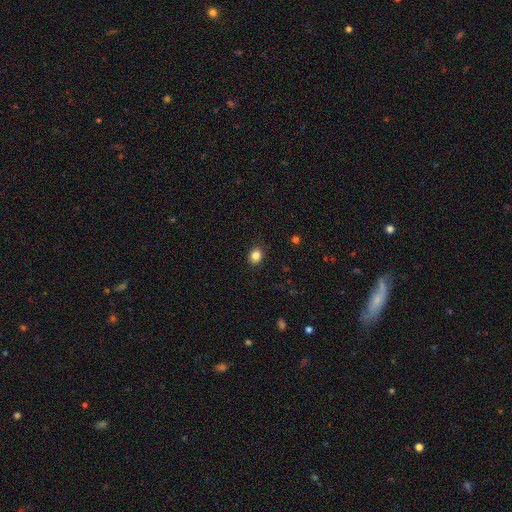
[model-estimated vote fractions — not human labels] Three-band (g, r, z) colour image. It shows a smooth galaxy with no disk features (84%) that is round (65%). Merging: none (88%).